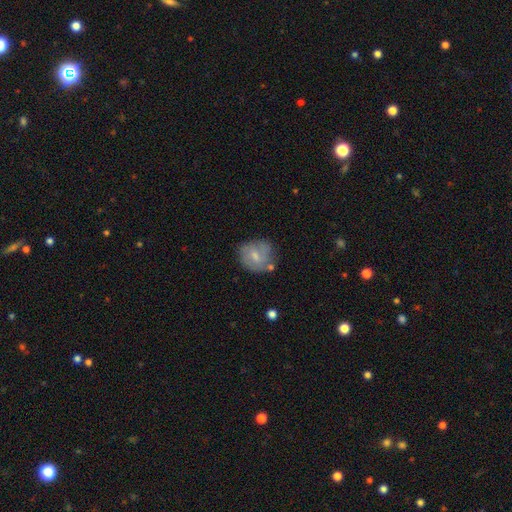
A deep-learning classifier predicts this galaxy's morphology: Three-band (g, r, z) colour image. It shows a smooth galaxy with no disk features (53%) that is round (74%). Merging: none (59%).